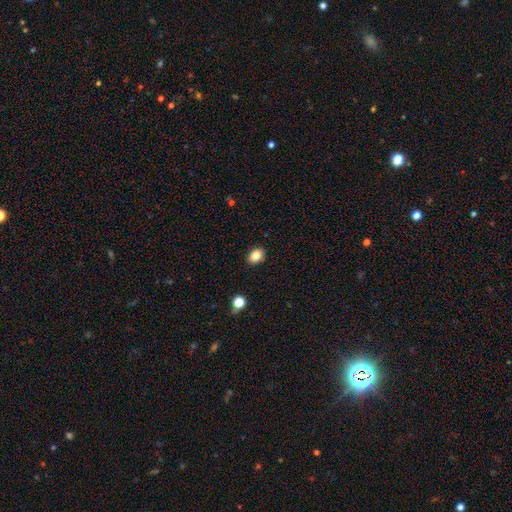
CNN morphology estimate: smooth-or-featured: smooth: 85% | star or artifact: 10% | featured or disk: 6%
  how-rounded: in between: 65% | round: 34% | cigar-shaped: 1%
  merging: none: 89% | minor disturbance: 7% | major disturbance: 2% | merger: 1%